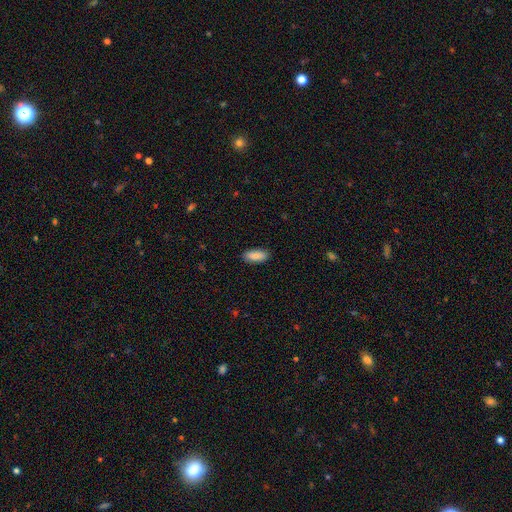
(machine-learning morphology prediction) A smooth galaxy with no disk features (88%) that is in between round and cigar-shaped (85%).

Vote fractions:
- Smooth or featured? smooth: 88% / star or artifact: 6% / featured or disk: 5%
- How rounded? in between: 85% / cigar-shaped: 13% / round: 2%
- Merging? none: 88% / minor disturbance: 9% / major disturbance: 2% / merger: 1%